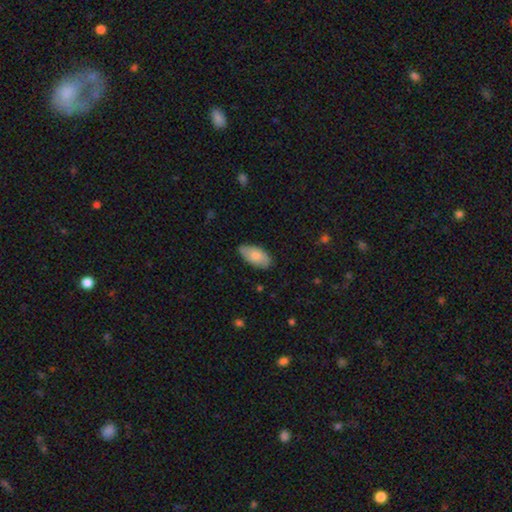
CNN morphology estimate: A smooth galaxy with no disk features (80%) that is in between round and cigar-shaped (94%). Merging: none (74%).